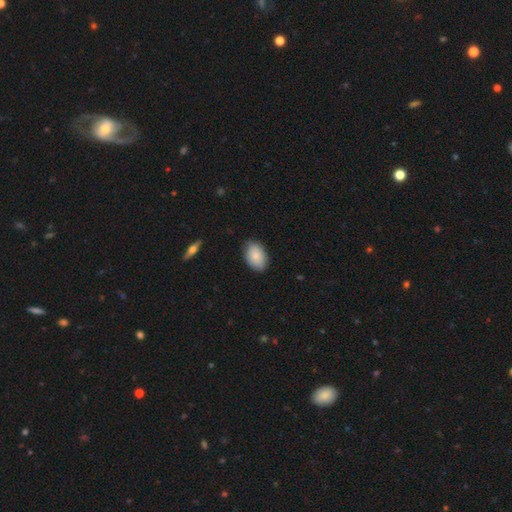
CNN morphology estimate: Q: Smooth or featured?
A: smooth (84%); runner-up: featured or disk (9%)
Q: How rounded?
A: in between (90%); runner-up: round (9%)
Q: Merging?
A: none (83%); runner-up: minor disturbance (14%)